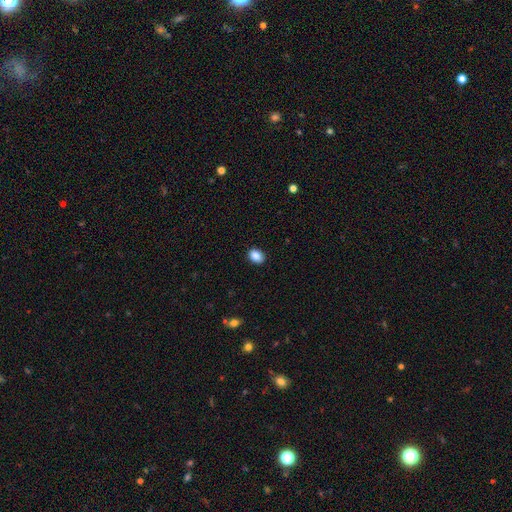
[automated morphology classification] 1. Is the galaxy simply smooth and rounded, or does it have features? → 88% smooth, 9% star or artifact, 3% featured or disk.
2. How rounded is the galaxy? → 63% in between, 36% round, 1% cigar-shaped.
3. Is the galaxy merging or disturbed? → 90% none, 7% minor disturbance, 2% major disturbance, 1% merger.